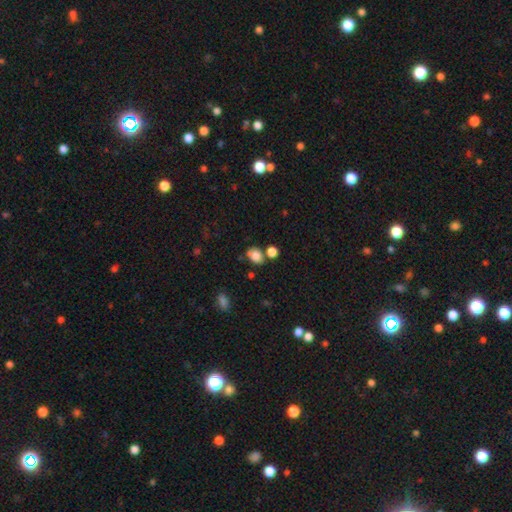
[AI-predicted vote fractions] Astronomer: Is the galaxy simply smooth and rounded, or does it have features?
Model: smooth — 80%.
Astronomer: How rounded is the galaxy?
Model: in between — 64%.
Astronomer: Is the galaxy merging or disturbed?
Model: none — 62%.